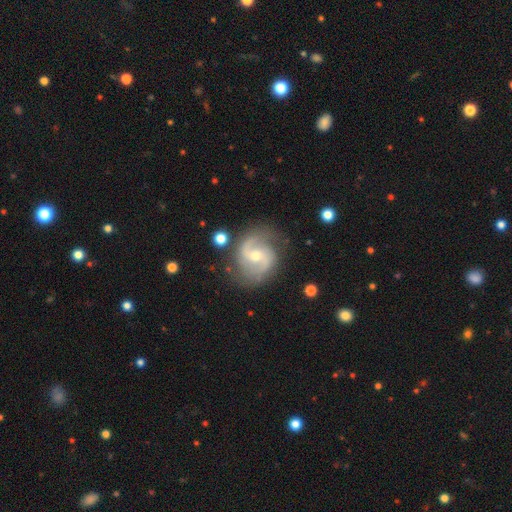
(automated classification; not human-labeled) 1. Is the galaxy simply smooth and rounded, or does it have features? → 87% featured or disk, 7% smooth, 6% star or artifact.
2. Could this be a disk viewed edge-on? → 98% no, 2% yes.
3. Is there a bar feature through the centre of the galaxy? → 46% no, 42% weak, 13% strong.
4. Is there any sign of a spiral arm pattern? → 96% yes, 4% no.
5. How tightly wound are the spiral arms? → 53% medium, 31% loose, 16% tight.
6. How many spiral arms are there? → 91% 2, 3% can't tell, 2% 3, 2% 1, 1% 4, 1% more than 4.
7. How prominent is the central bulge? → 50% small, 47% moderate, 1% large, 1% none, 1% dominant.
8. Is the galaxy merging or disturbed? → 79% none, 14% minor disturbance, 5% major disturbance, 2% merger.